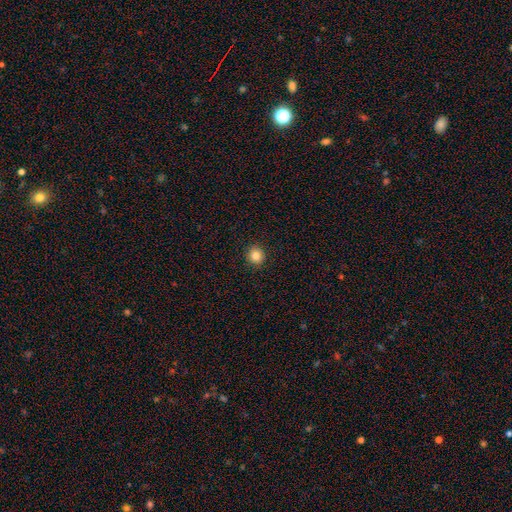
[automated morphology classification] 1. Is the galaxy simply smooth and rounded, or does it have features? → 84% smooth, 11% star or artifact, 5% featured or disk.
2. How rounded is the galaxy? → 88% round, 11% in between, 1% cigar-shaped.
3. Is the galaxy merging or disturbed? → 92% none, 5% minor disturbance, 2% major disturbance, 1% merger.